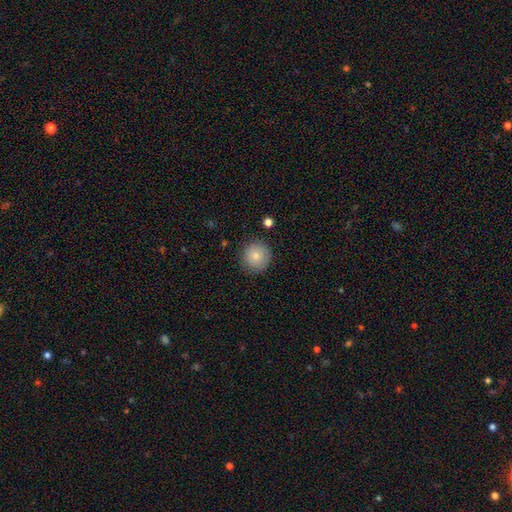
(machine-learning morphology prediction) A smooth galaxy with no disk features (81%) that is round (94%). Merging: none (87%).